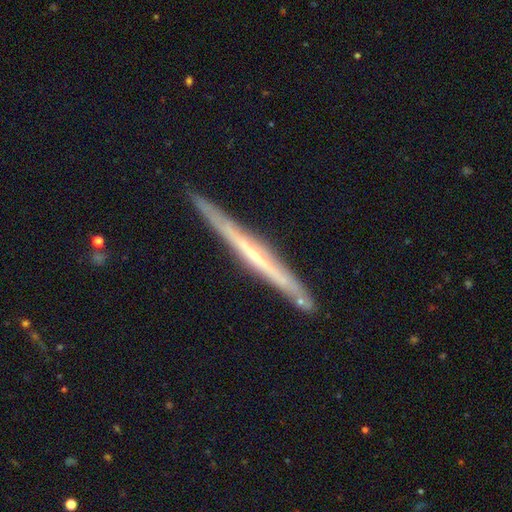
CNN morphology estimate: This is likely a featured or disk galaxy (72%). It is clearly viewed edge-on (96%). Edge-on bulge: likely none (70%). Merging: clearly none (87%).